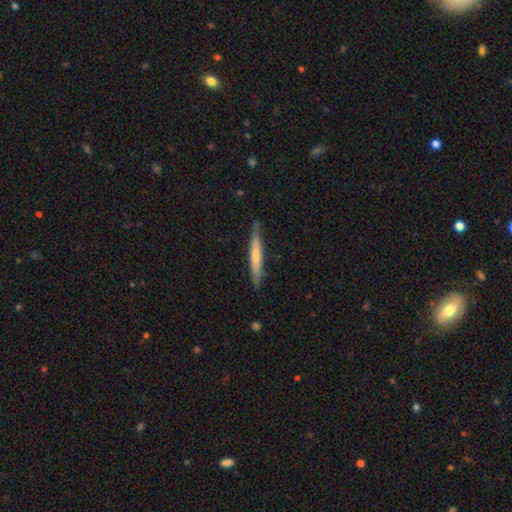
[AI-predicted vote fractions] smooth_or_featured: smooth (p=0.54) [alt: featured or disk p=0.41]
how_rounded: cigar-shaped (p=0.95) [alt: in between p=0.04]
merging: none (p=0.86) [alt: minor disturbance p=0.11]